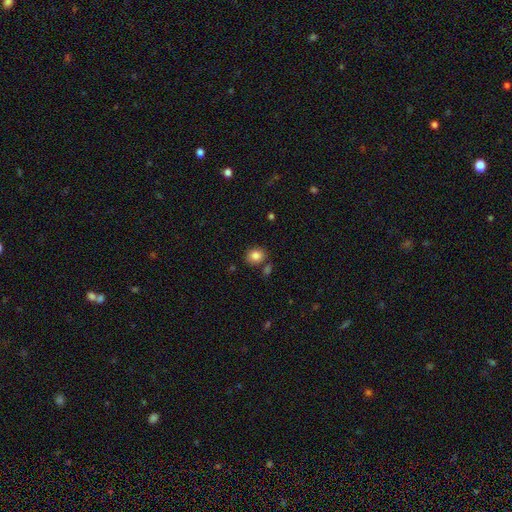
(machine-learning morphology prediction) Overall: smooth (84%). How rounded: round (60%; in between 39%). Merging: none (79%).